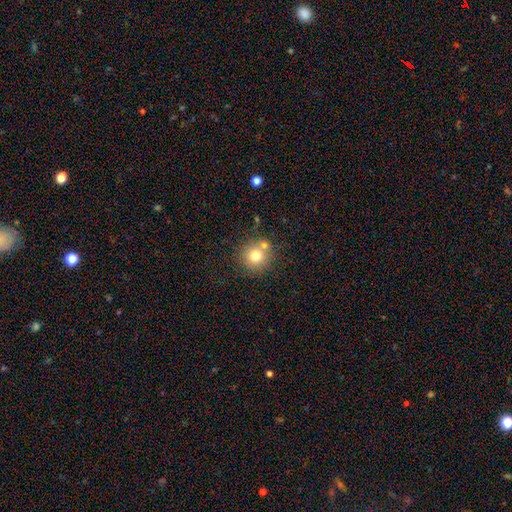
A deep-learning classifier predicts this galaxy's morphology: Overall: smooth (75%). How rounded: round (92%). Merging: none (67%).